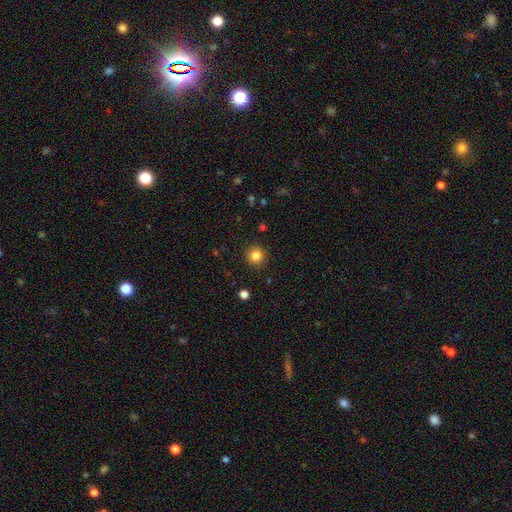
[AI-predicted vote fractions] This is clearly a smooth galaxy (83%). How rounded: clearly round (93%). Merging: clearly none (91%).